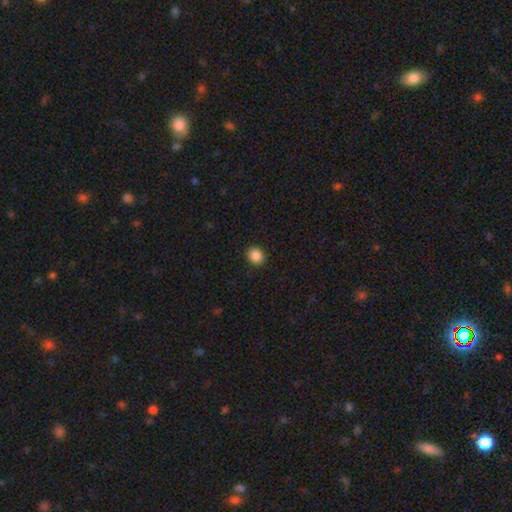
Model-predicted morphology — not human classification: This appears to be a smooth galaxy with no disk features (88%) that is round (79%). Merging: none (91%).